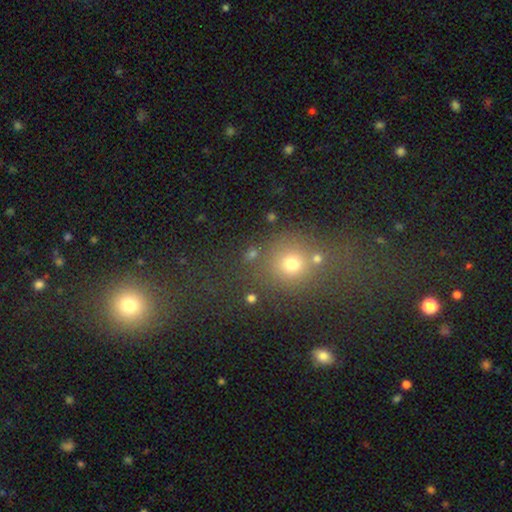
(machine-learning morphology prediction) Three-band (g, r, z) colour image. It shows a smooth galaxy with no disk features (60%) that is round (81%). Merging: none (56%).